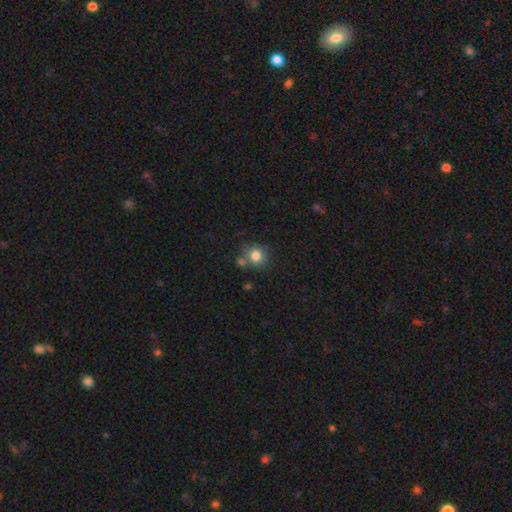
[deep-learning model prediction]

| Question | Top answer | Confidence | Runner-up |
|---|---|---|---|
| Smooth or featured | smooth | 81% | star or artifact (11%) |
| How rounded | round | 86% | in between (13%) |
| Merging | none | 67% | merger (17%) |